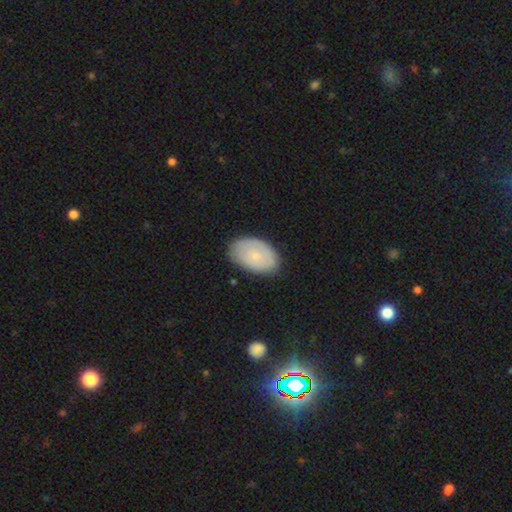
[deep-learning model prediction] Smooth or featured: smooth — 66% (featured or disk — 28%)
How rounded: in between — 91% (round — 8%)
Merging: none — 82% (minor disturbance — 14%)